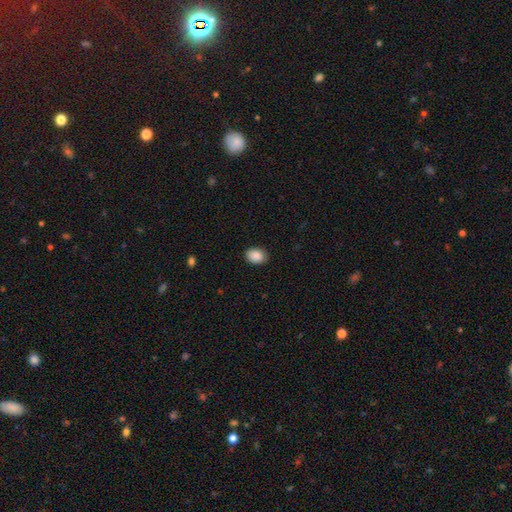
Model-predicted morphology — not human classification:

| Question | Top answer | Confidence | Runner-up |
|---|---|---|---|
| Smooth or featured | smooth | 89% | star or artifact (8%) |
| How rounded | in between | 73% | round (26%) |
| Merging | none | 87% | minor disturbance (10%) |